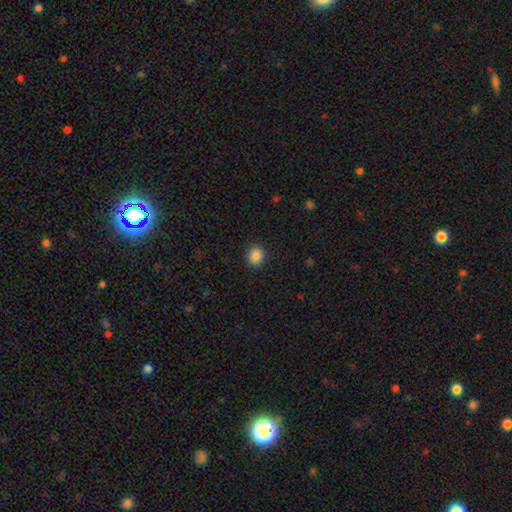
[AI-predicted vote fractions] A smooth galaxy with no disk features (87%) that is round (70%). Merging: none (89%).